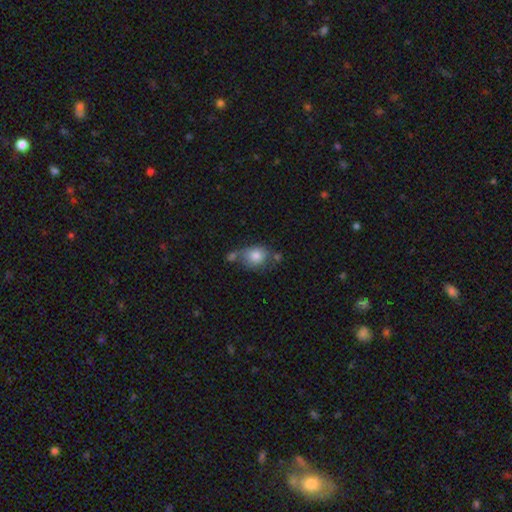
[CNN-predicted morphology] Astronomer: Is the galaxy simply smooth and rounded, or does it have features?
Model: smooth — 77%.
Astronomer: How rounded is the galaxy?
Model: round — 50% (runner-up: in between, 49%).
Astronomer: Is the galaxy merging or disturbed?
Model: none — 37% (runner-up: merger, 29%).